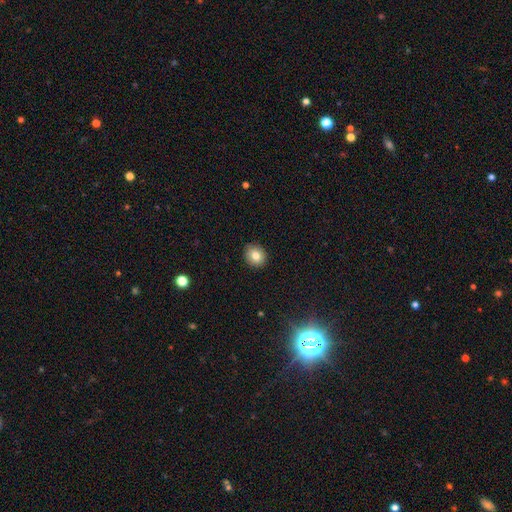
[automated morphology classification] Smooth or featured? Predicted: smooth (p=0.81). How rounded? Predicted: round (p=0.74). Merging? Predicted: none (p=0.90).